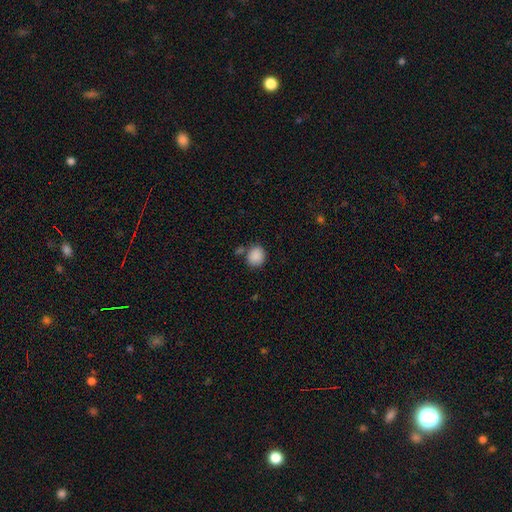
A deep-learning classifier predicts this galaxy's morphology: Smooth or featured? Predicted: smooth (p=0.88). How rounded? Predicted: round (p=0.79). Merging? Predicted: none (p=0.72).